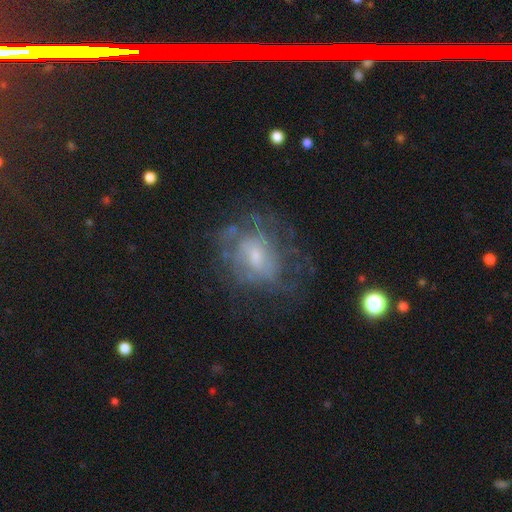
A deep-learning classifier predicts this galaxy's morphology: Smooth or featured?
  - featured or disk: 69% *
  - smooth: 20%
  - star or artifact: 11%
Edge-on disk?
  - no: 97% *
  - yes: 3%
Bar?
  - no: 59% *
  - weak: 35%
  - strong: 5%
Spiral arms?
  - yes: 64% *
  - no: 36%
Bulge size?
  - small: 55% *
  - moderate: 33%
  - none: 7%
  - large: 3%
  - dominant: 1%
Merging?
  - none: 57% *
  - major disturbance: 21%
  - minor disturbance: 20%
  - merger: 3%